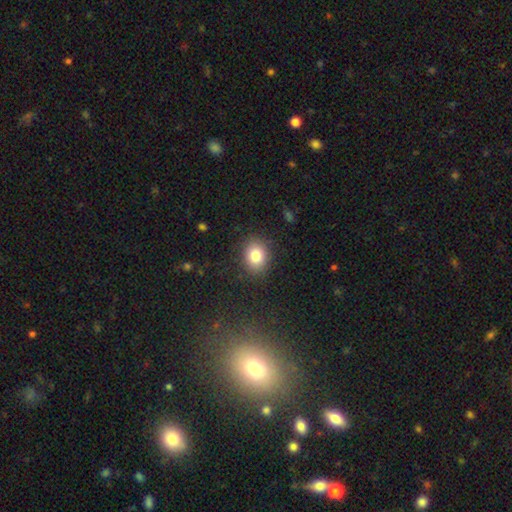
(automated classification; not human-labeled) A smooth galaxy with no disk features (81%) that is round (57%). Merging: none (87%).